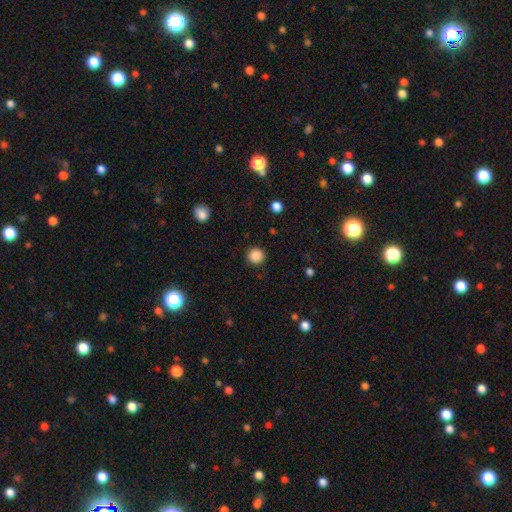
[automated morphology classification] smooth-or-featured: smooth: 87% | star or artifact: 10% | featured or disk: 3%
  how-rounded: round: 93% | in between: 6% | cigar-shaped: 1%
  merging: none: 91% | minor disturbance: 6% | major disturbance: 2% | merger: 1%